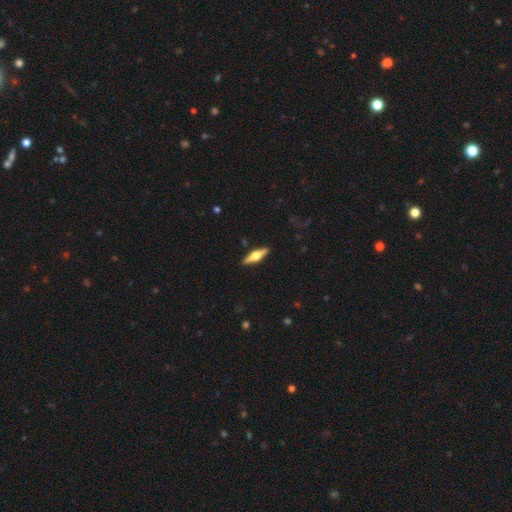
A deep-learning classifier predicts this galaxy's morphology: Smooth or featured? featured or disk (63%)
Edge-on disk? yes (96%)
Edge-on bulge? rounded (94%)
Merging? none (90%)